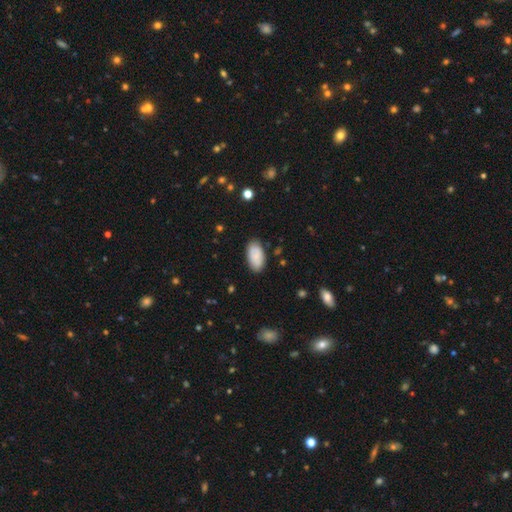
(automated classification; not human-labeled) smooth-or-featured: smooth: 81% | featured or disk: 12% | star or artifact: 7%
  how-rounded: in between: 95% | round: 3% | cigar-shaped: 2%
  merging: none: 83% | minor disturbance: 13% | major disturbance: 3% | merger: 1%